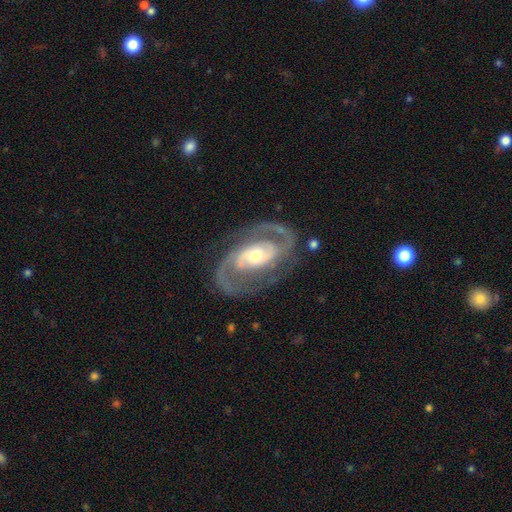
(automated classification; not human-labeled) Smooth or featured: featured or disk — 92% (smooth — 5%)
Edge-on disk: no — 97% (yes — 3%)
Bar: no — 46% (weak — 34%)
Spiral arms: yes — 97% (no — 3%)
Spiral winding: medium — 55% (tight — 30%)
Spiral arm count: 2 — 92% (can't tell — 3%)
Bulge size: moderate — 63% (small — 27%)
Merging: none — 78% (minor disturbance — 13%)